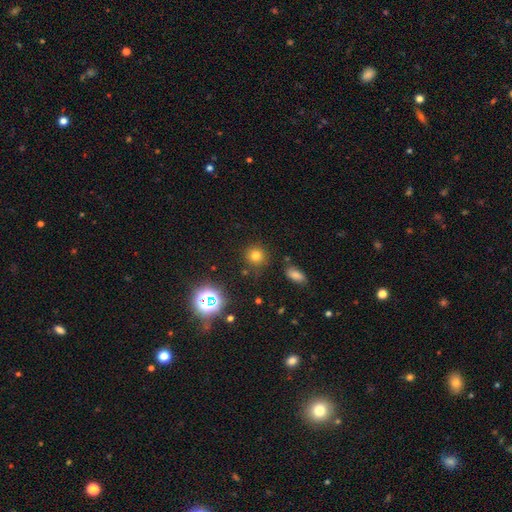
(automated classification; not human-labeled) This appears to be a smooth galaxy with no disk features (72%) that is round (90%). Merging: none (83%).